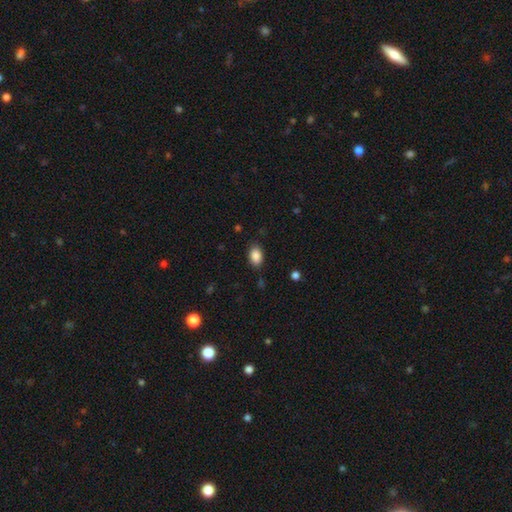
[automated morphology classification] The model was most divided on "merging": none: 83%, minor disturbance: 12%, major disturbance: 3%, merger: 1%. More confident: smooth or featured — smooth (88%); how rounded — in between (88%).